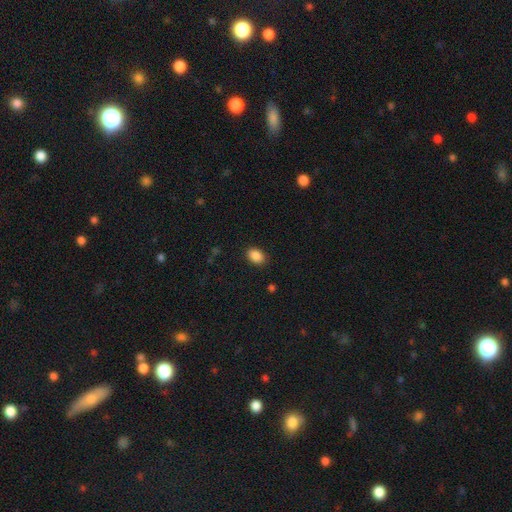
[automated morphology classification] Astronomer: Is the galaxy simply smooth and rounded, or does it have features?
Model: smooth — 88%.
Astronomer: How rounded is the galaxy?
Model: in between — 78%.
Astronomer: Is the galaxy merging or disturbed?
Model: none — 87%.